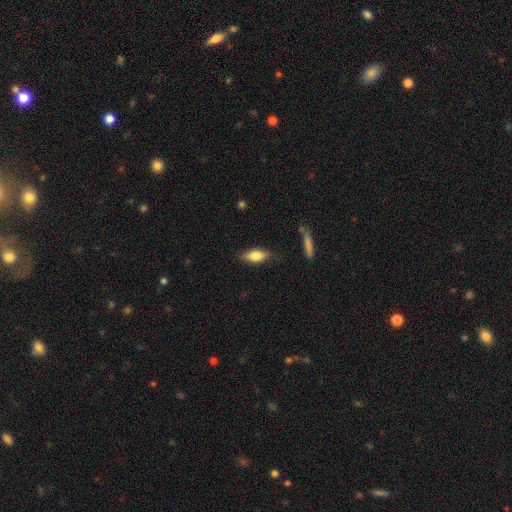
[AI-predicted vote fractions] This is likely a smooth galaxy (72%). How rounded: likely in between (76%). Merging: clearly none (82%).